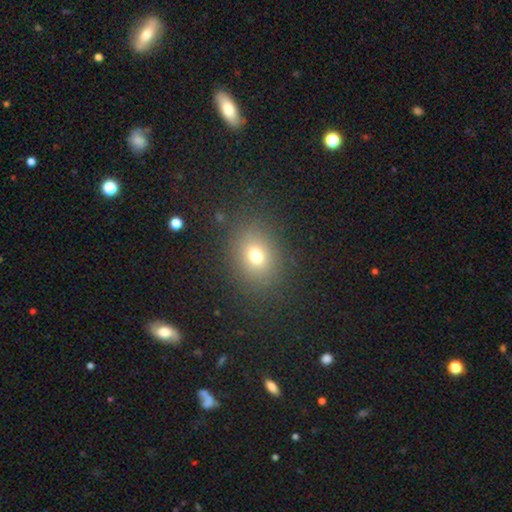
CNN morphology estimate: Smooth or featured?
  - smooth: 71% *
  - star or artifact: 18%
  - featured or disk: 11%
How rounded?
  - round: 59% *
  - in between: 40%
  - cigar-shaped: 1%
Merging?
  - none: 84% *
  - minor disturbance: 9%
  - major disturbance: 5%
  - merger: 1%